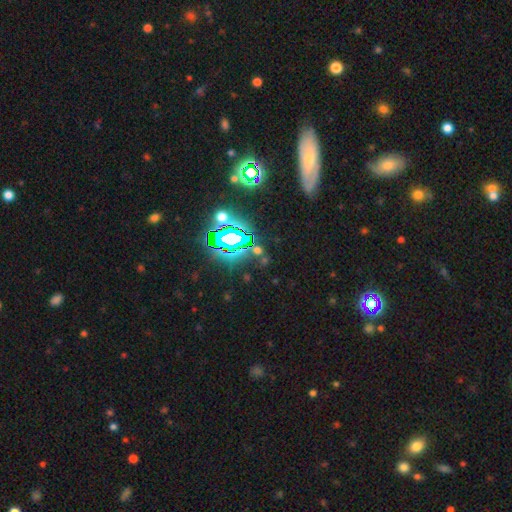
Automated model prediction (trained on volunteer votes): Q: Smooth or featured?
A: star or artifact (74%); runner-up: smooth (15%)